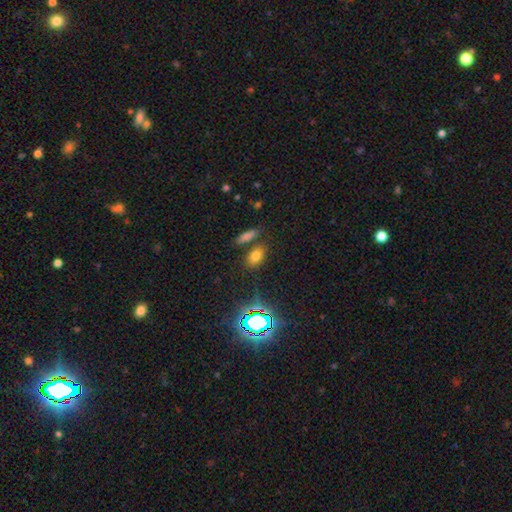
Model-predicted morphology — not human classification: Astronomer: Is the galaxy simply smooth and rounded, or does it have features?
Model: smooth — 71%.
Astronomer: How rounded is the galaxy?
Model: in between — 82%.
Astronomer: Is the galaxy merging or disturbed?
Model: none — 74%.